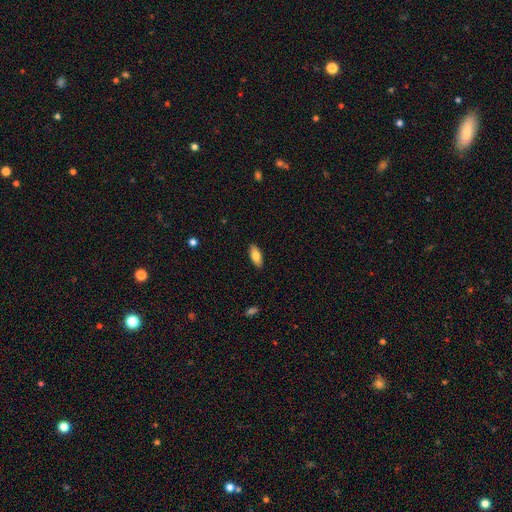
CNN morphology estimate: type=smooth (80%); roundness=in between (84%); merging=none (89%).